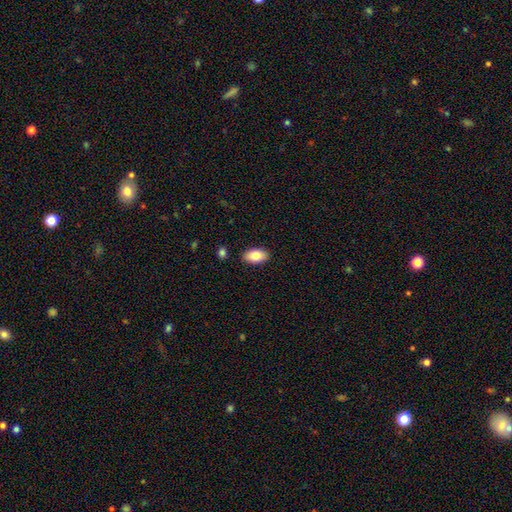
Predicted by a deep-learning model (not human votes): Morphology: type=smooth (83%); roundness=in between (94%); merging=none (89%).